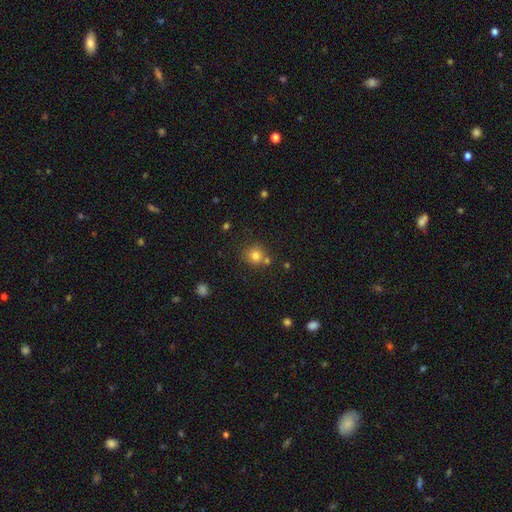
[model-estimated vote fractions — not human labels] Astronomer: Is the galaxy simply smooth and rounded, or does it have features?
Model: smooth — 78%.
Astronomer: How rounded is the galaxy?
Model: round — 90%.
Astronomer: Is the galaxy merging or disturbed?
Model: none — 70%.